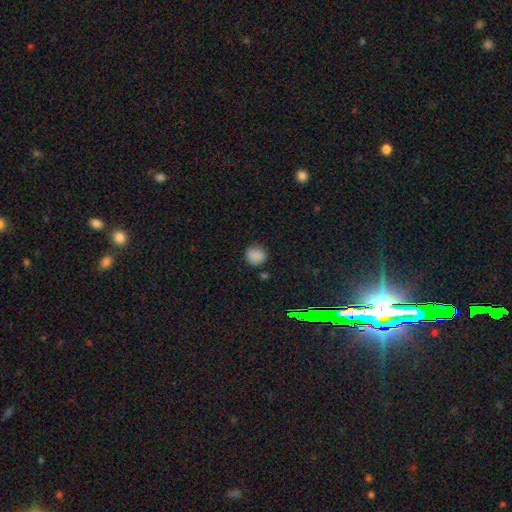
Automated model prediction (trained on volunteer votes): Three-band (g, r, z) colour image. It shows a smooth galaxy with no disk features (86%) that is round (85%). Merging: none (82%).